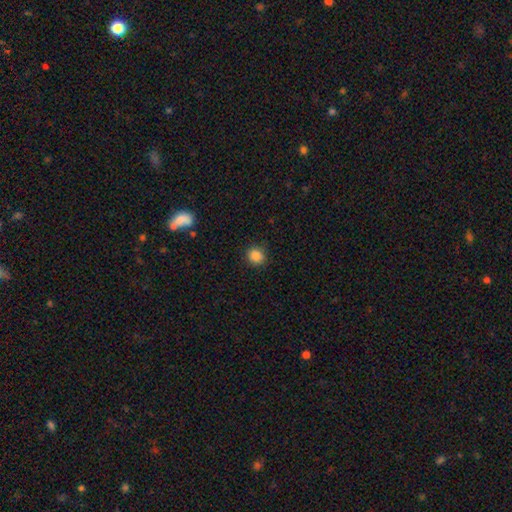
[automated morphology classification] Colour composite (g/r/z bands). It shows a smooth galaxy with no disk features (85%) that is round (88%). Merging: none (89%).